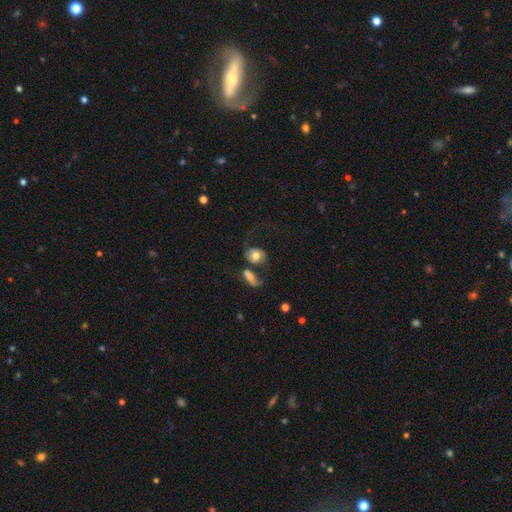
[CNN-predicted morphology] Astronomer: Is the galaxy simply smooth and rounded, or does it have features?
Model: smooth — 52% (runner-up: featured or disk, 39%).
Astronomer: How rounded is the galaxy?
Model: in between — 52% (runner-up: round, 46%).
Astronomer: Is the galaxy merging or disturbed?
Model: none — 34% (runner-up: merger, 29%).